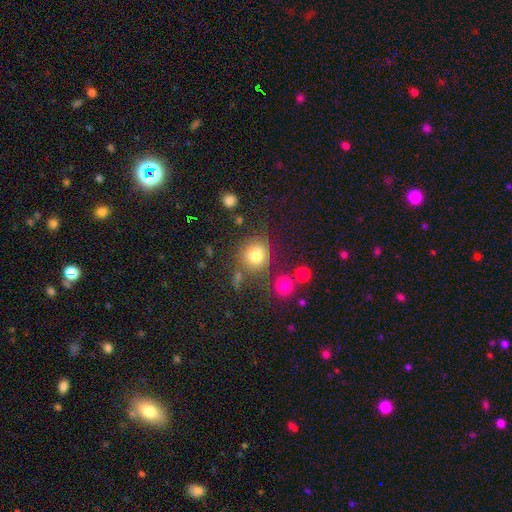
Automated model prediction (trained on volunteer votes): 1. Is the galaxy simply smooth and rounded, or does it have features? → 78% smooth, 12% star or artifact, 9% featured or disk.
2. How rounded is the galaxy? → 83% round, 16% in between, 1% cigar-shaped.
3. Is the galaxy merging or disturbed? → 69% none, 15% minor disturbance, 9% merger, 6% major disturbance.